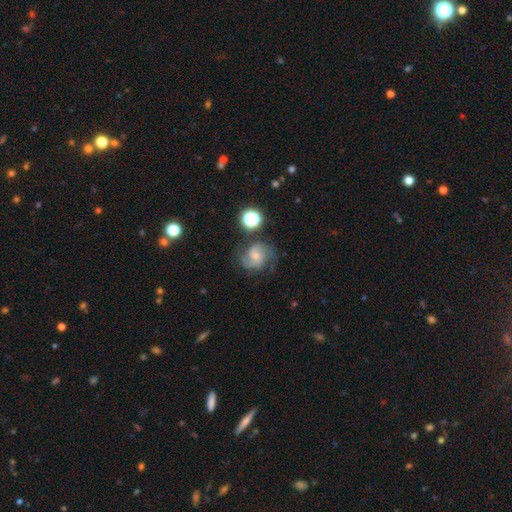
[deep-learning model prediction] Smooth or featured? featured or disk (73%)
Edge-on disk? no (98%)
Bar? no (55%)
Spiral arms? yes (95%)
Spiral winding? medium (53%)
Spiral arm count? 2 (72%)
Bulge size? small (56%)
Merging? none (63%)